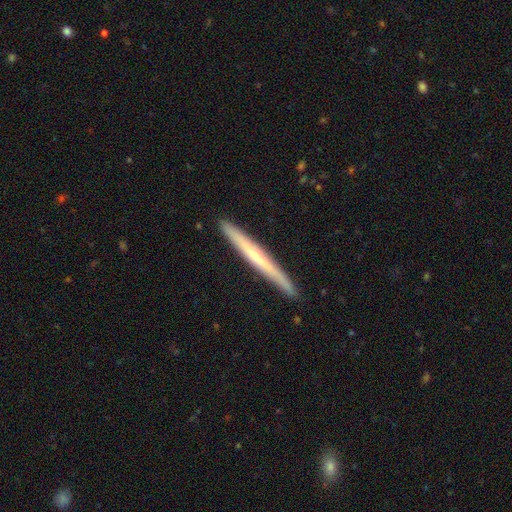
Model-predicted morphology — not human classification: Q: Smooth or featured?
A: featured or disk (57%); runner-up: smooth (38%)
Q: Edge-on disk?
A: yes (97%); runner-up: no (3%)
Q: Edge-on bulge?
A: none (57%); runner-up: rounded (38%)
Q: Merging?
A: none (91%); runner-up: minor disturbance (7%)